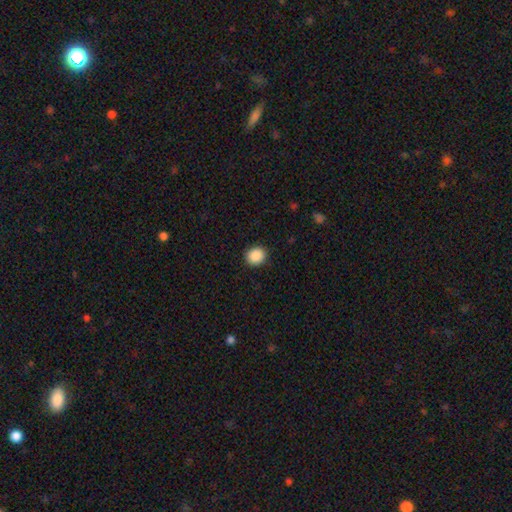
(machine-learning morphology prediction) Smooth or featured?
  - smooth: 89% *
  - star or artifact: 8%
  - featured or disk: 2%
How rounded?
  - round: 77% *
  - in between: 22%
  - cigar-shaped: 1%
Merging?
  - none: 91% *
  - minor disturbance: 6%
  - major disturbance: 2%
  - merger: 1%